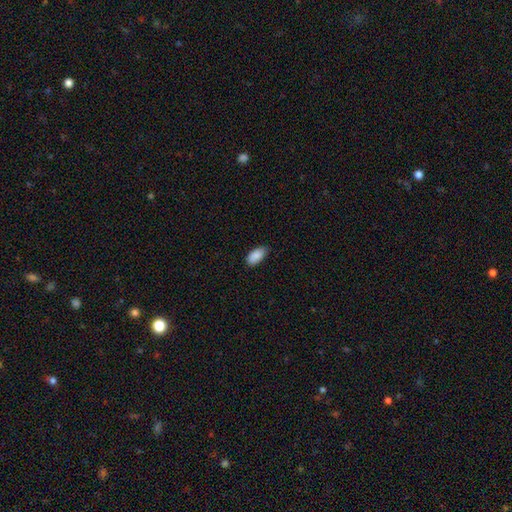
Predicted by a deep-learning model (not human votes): Smooth or featured? Predicted: smooth (p=0.89). How rounded? Predicted: in between (p=0.93). Merging? Predicted: none (p=0.75).